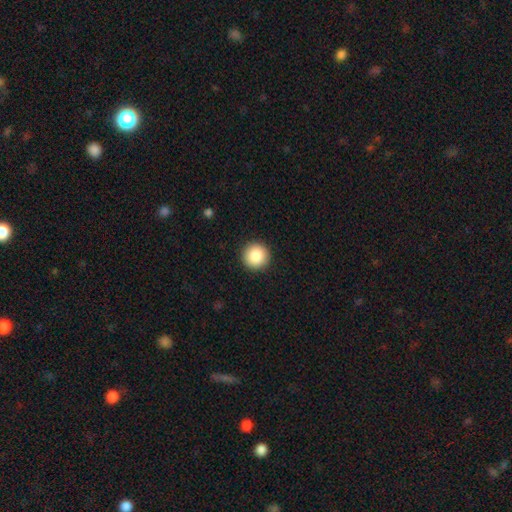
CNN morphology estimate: smooth_or_featured: smooth (p=0.87) [alt: star or artifact p=0.08]
how_rounded: round (p=0.96) [alt: in between p=0.03]
merging: none (p=0.93) [alt: minor disturbance p=0.04]